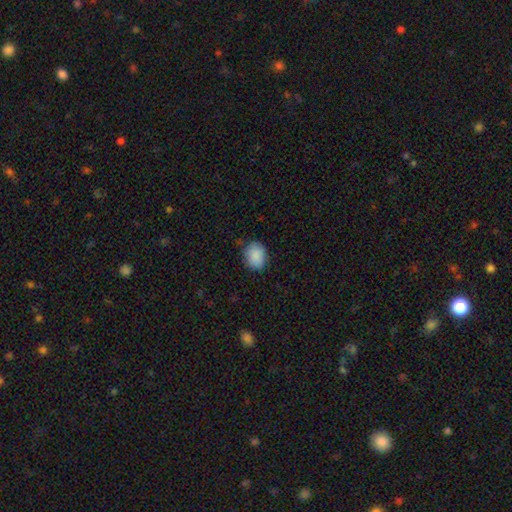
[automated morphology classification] Smooth or featured? smooth (88%)
How rounded? in between (56%)
Merging? none (79%)